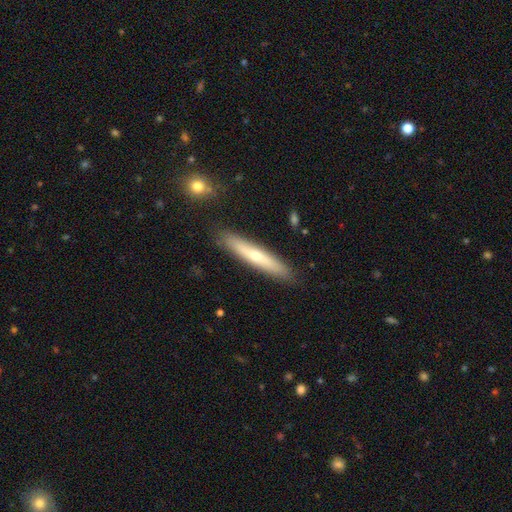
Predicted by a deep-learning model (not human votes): A smooth galaxy with no disk features (48%). Merging: none (88%).